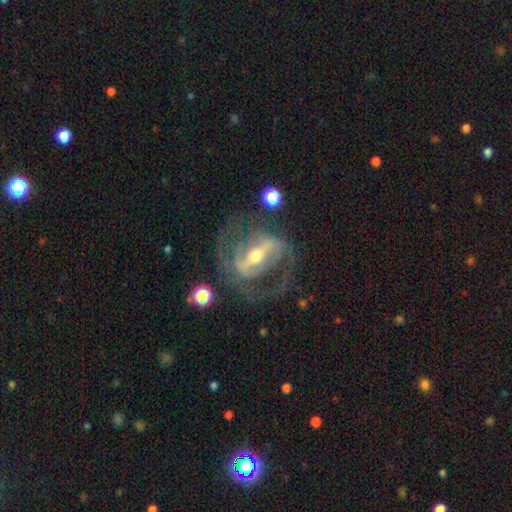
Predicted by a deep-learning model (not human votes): A featured or disk galaxy (88%) with a strong bar (74%), 2 (78%) medium (50%) spiral arms (82%) and a moderate central bulge (59%). Merging: none (63%).